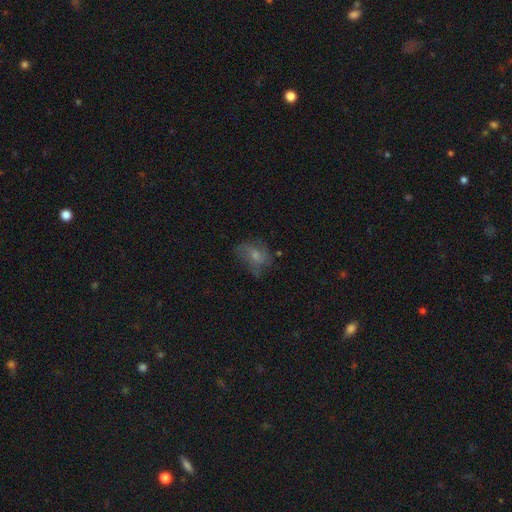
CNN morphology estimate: Smooth or featured? Predicted: smooth (p=0.46). Merging? Predicted: none (p=0.52).